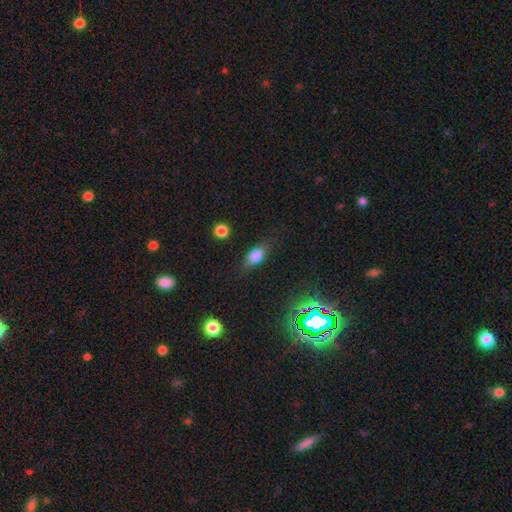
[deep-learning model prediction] Q: Smooth or featured?
A: smooth (73%); runner-up: featured or disk (17%)
Q: How rounded?
A: in between (78%); runner-up: cigar-shaped (13%)
Q: Merging?
A: none (78%); runner-up: minor disturbance (16%)